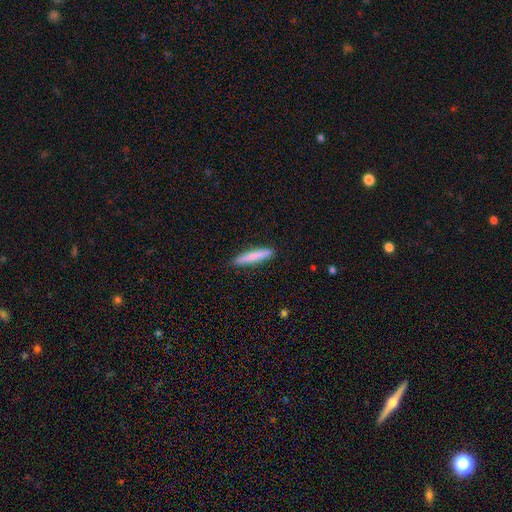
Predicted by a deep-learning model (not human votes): Overall: smooth (80%). How rounded: cigar-shaped (92%). Merging: none (87%).